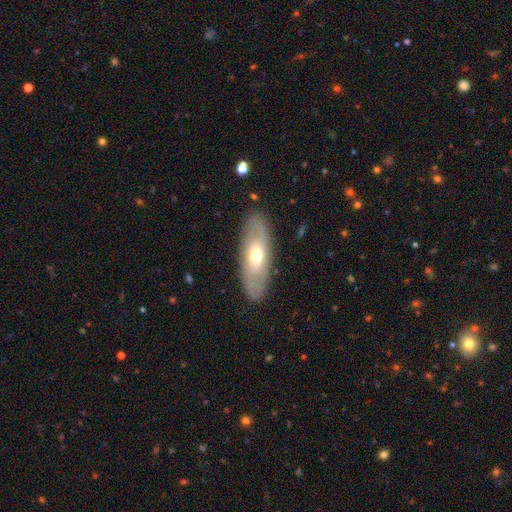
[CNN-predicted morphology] smooth_or_featured: featured or disk (p=0.52) [alt: smooth p=0.43]
disk_edge_on: no (p=0.77) [alt: yes p=0.23]
merging: none (p=0.85) [alt: minor disturbance p=0.10]